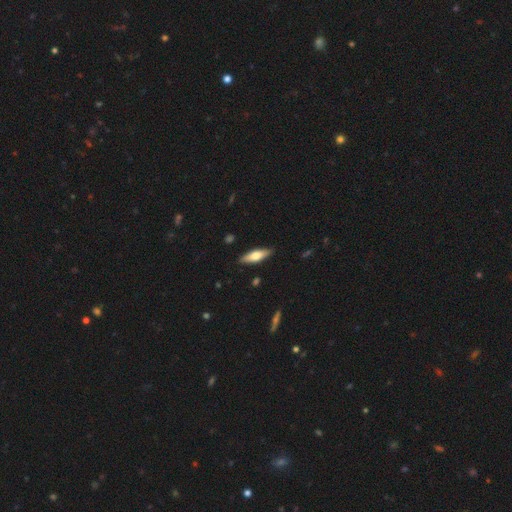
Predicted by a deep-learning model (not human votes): The model was most divided on "smooth or featured": smooth: 53%, featured or disk: 41%, star or artifact: 6%. More confident: merging — none (88%); how rounded — cigar-shaped (55%).